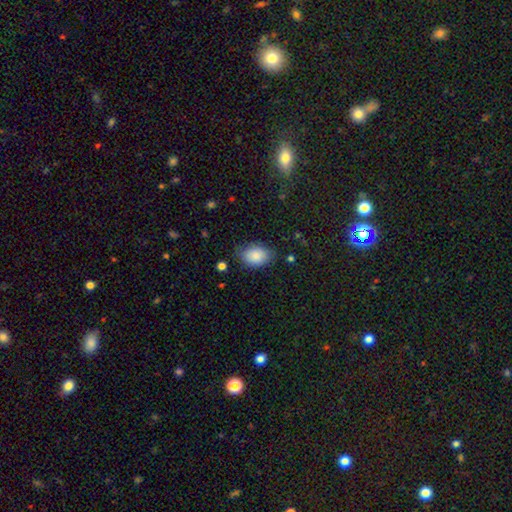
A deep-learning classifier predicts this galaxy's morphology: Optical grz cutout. It shows a smooth galaxy with no disk features (86%) that is in between round and cigar-shaped (77%). Merging: none (73%).